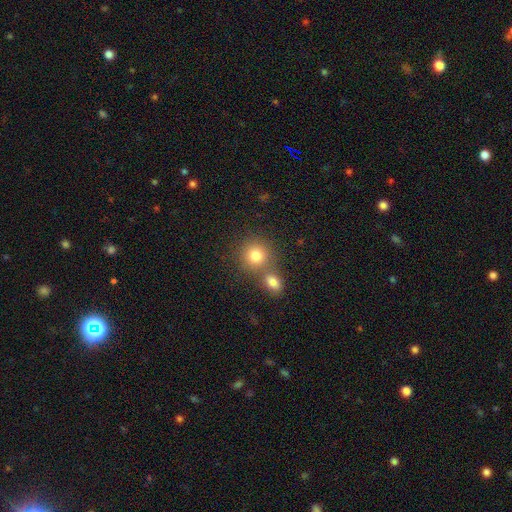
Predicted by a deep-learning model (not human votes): A smooth galaxy with no disk features (81%) that is round (86%).

Vote fractions:
- Smooth or featured? smooth: 81% / star or artifact: 11% / featured or disk: 8%
- How rounded? round: 86% / in between: 13% / cigar-shaped: 1%
- Merging? none: 54% / merger: 35% / minor disturbance: 8% / major disturbance: 3%